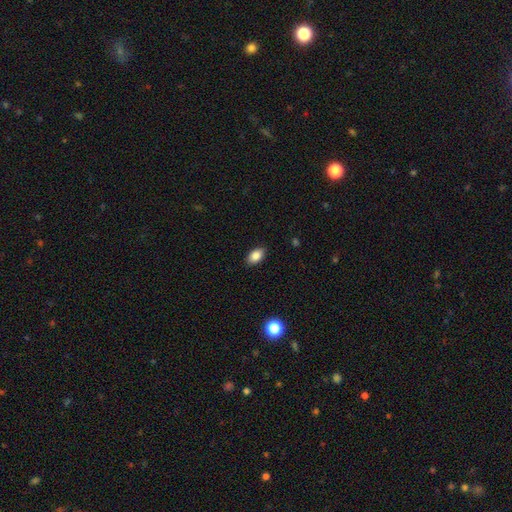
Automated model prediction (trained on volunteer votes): smooth-or-featured: smooth: 86% | star or artifact: 8% | featured or disk: 6%
  how-rounded: in between: 90% | round: 9% | cigar-shaped: 2%
  merging: none: 88% | minor disturbance: 9% | major disturbance: 2% | merger: 1%